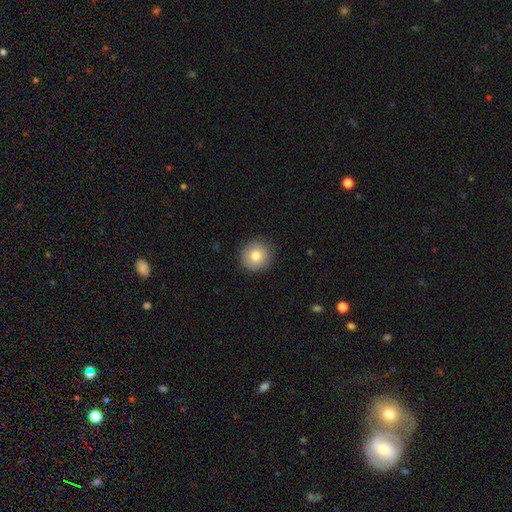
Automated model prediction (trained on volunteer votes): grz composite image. It shows a smooth galaxy with no disk features (82%) that is round (93%). Merging: none (89%).